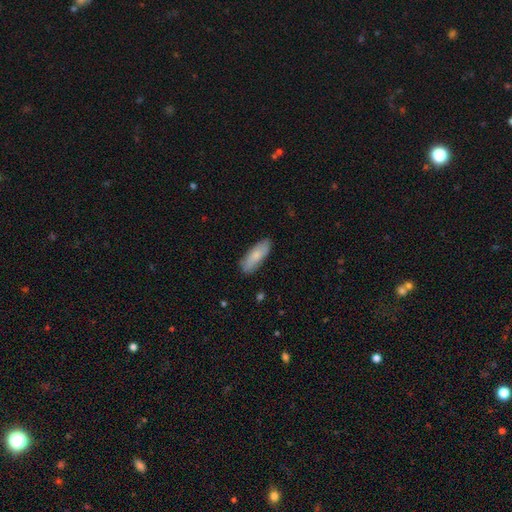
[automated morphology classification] Smooth or featured? smooth (77%)
How rounded? in between (64%)
Merging? none (84%)